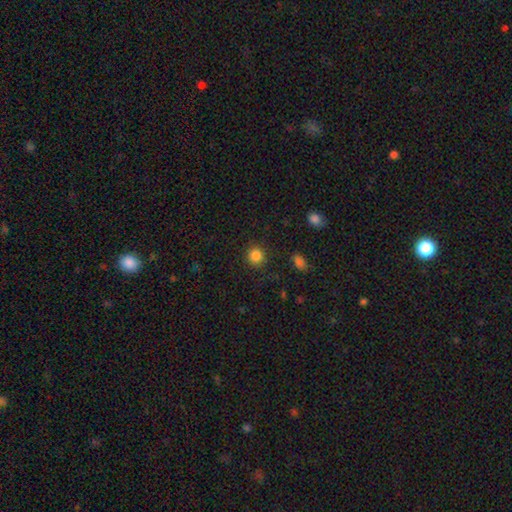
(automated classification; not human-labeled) Morphology: type=smooth (85%); roundness=round (91%); merging=none (89%).